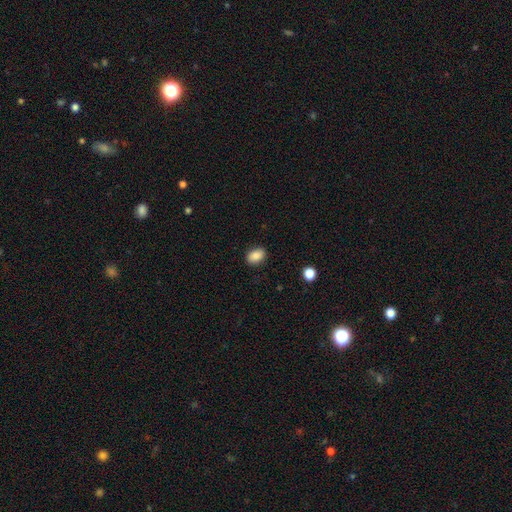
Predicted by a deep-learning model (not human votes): smooth 86%, star or artifact 8%, featured or disk 5%. Down the decision tree: how rounded — in between (83%); merging — none (88%).